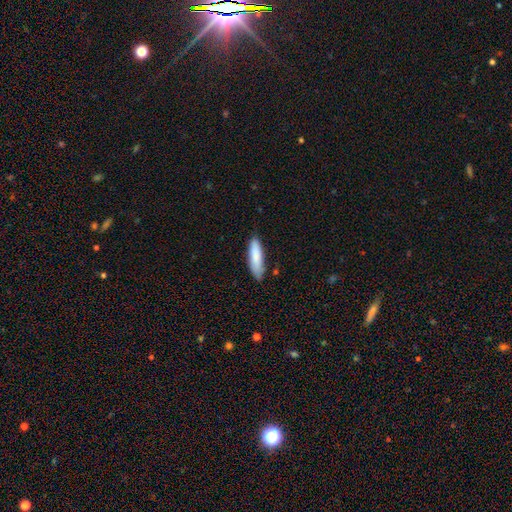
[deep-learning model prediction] The model was most divided on "how rounded": cigar-shaped: 63%, in between: 36%, round: 1%. More confident: smooth or featured — smooth (85%); merging — none (77%).